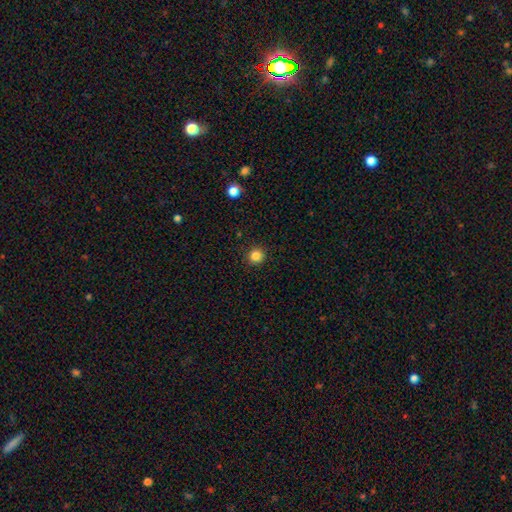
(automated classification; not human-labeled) smooth-or-featured: smooth: 84% | star or artifact: 12% | featured or disk: 4%
  how-rounded: round: 95% | in between: 5% | cigar-shaped: 1%
  merging: none: 92% | minor disturbance: 5% | major disturbance: 2% | merger: 1%